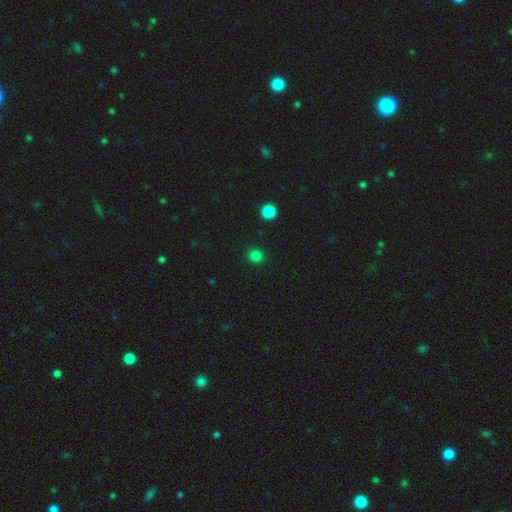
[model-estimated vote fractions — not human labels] A smooth galaxy with no disk features (82%) that is round (92%).

Vote fractions:
- Smooth or featured? smooth: 82% / star or artifact: 15% / featured or disk: 3%
- How rounded? round: 92% / in between: 7% / cigar-shaped: 1%
- Merging? none: 92% / minor disturbance: 5% / major disturbance: 2% / merger: 2%